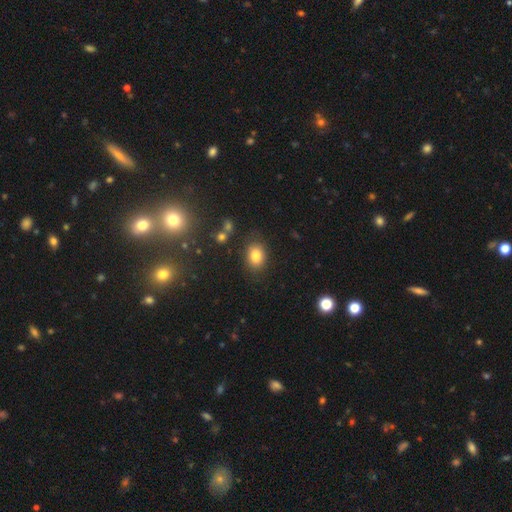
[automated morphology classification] This is clearly a smooth galaxy (83%). How rounded: likely in between (69%). Merging: clearly none (81%).